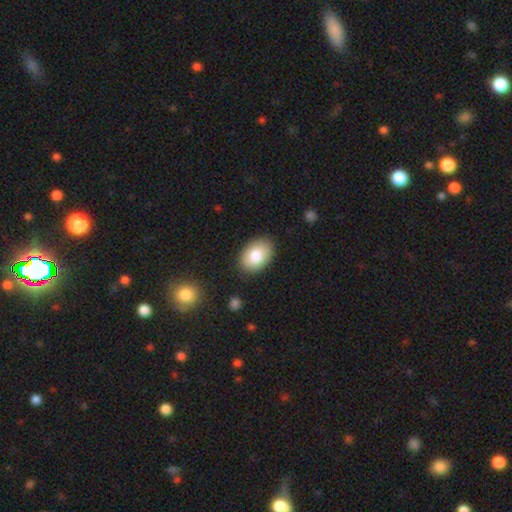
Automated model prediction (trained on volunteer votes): Smooth or featured: smooth — 83% (featured or disk — 10%)
How rounded: in between — 85% (round — 14%)
Merging: none — 86% (minor disturbance — 10%)